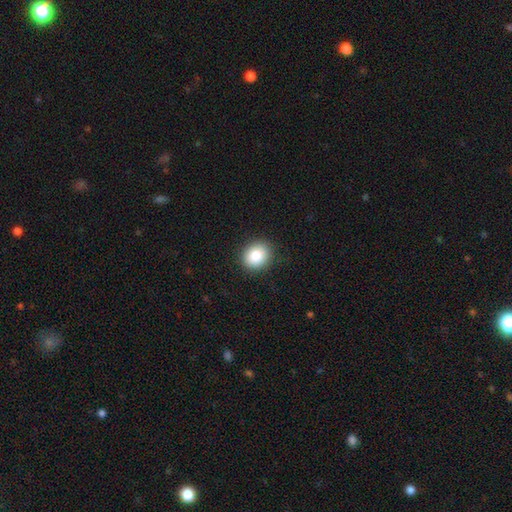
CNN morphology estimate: The model was most divided on "how rounded": round: 66%, in between: 33%, cigar-shaped: 1%. More confident: merging — none (90%); smooth or featured — smooth (84%).